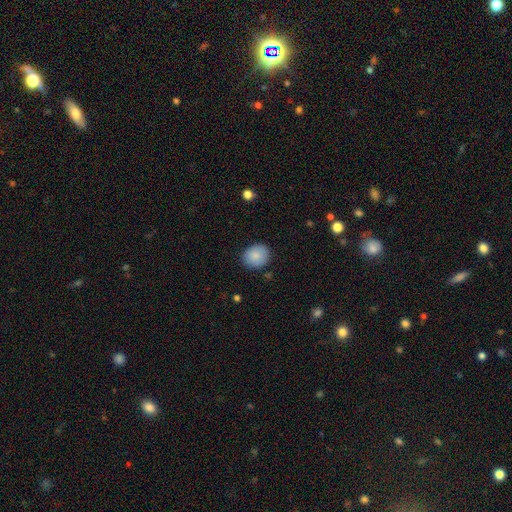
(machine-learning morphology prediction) The model was most divided on "how rounded": round: 60%, in between: 39%, cigar-shaped: 1%. More confident: smooth or featured — smooth (86%); merging — none (85%).